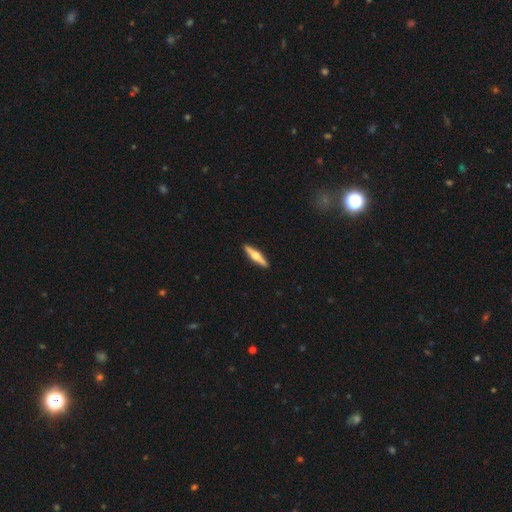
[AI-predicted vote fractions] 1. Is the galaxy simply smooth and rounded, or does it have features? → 65% featured or disk, 30% smooth, 5% star or artifact.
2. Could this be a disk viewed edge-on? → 97% yes, 3% no.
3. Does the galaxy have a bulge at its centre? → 94% rounded, 4% boxy, 2% none.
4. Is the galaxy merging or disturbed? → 92% none, 6% minor disturbance, 1% major disturbance, 1% merger.